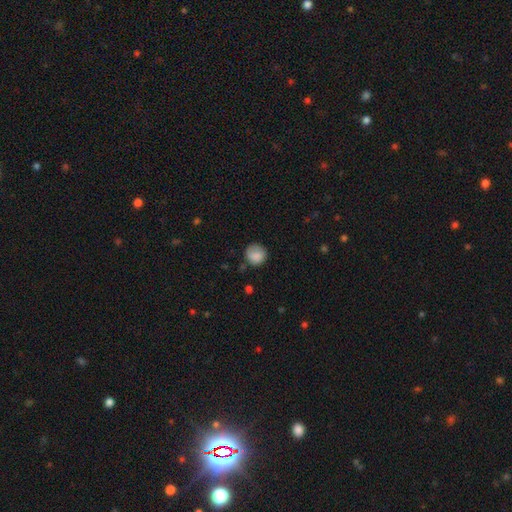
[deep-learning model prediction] smooth-or-featured: smooth: 83% | featured or disk: 9% | star or artifact: 8%
  how-rounded: round: 86% | in between: 13% | cigar-shaped: 1%
  merging: none: 69% | minor disturbance: 22% | major disturbance: 7% | merger: 2%